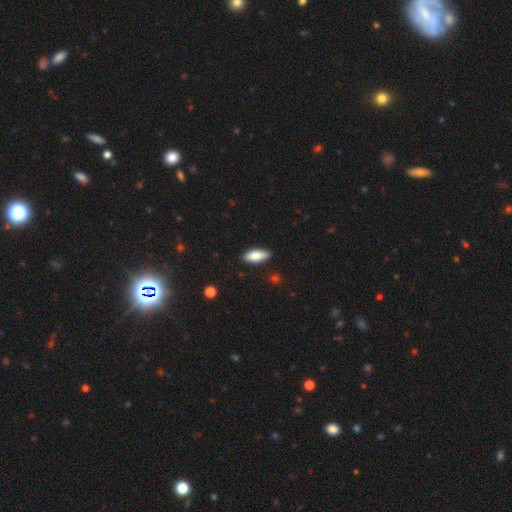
Overall: smooth (79%). How rounded: in between (80%). Merging: none (87%).